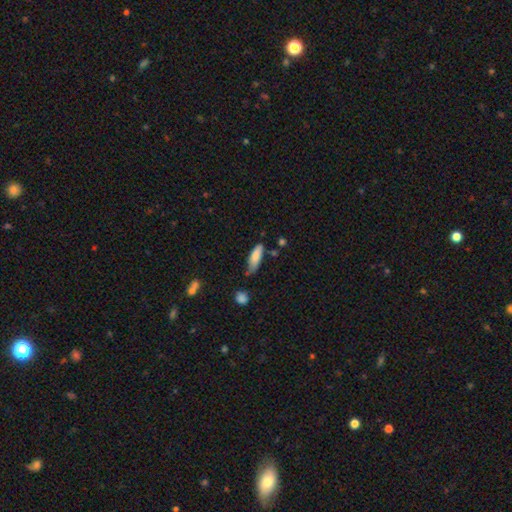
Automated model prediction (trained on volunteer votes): Smooth or featured? smooth (81%)
How rounded? in between (59%)
Merging? none (52%)